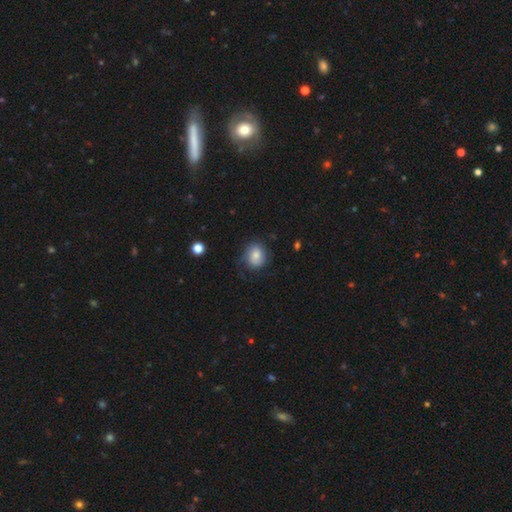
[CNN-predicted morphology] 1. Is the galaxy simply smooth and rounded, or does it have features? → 68% smooth, 24% featured or disk, 9% star or artifact.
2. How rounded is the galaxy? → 66% round, 33% in between, 1% cigar-shaped.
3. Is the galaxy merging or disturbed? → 64% none, 24% minor disturbance, 10% major disturbance, 1% merger.